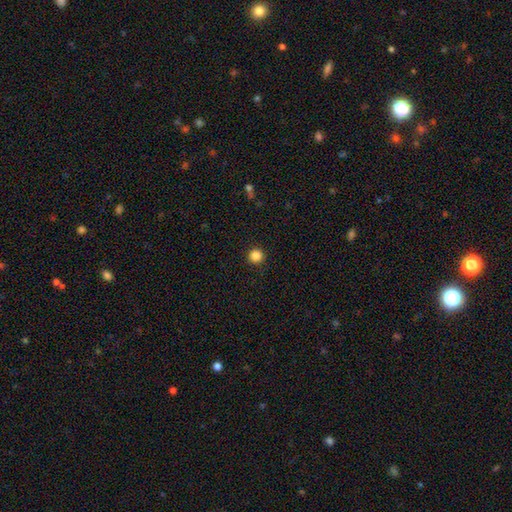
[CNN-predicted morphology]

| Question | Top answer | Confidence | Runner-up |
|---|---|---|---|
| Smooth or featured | smooth | 86% | star or artifact (11%) |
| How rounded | round | 96% | in between (3%) |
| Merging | none | 93% | minor disturbance (4%) |